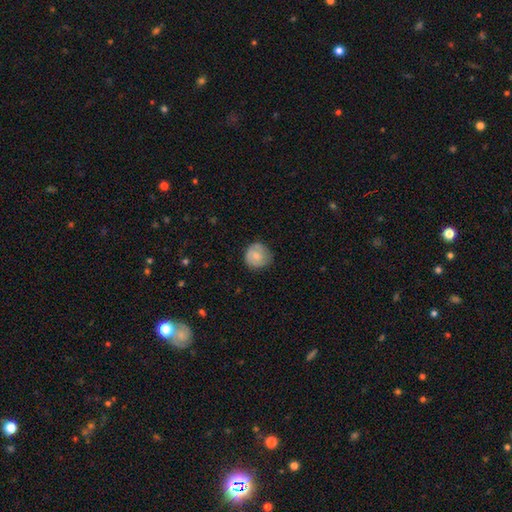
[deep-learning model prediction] Morphology: type=smooth (67%); roundness=round (90%); merging=none (75%).